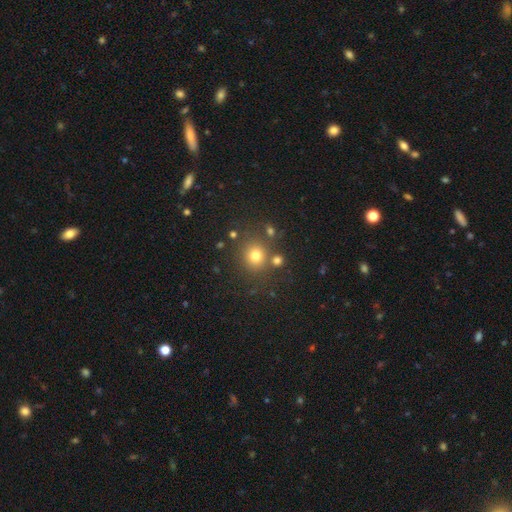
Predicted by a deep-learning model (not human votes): smooth 76%, star or artifact 16%, featured or disk 8%. Down the decision tree: how rounded — round (86%); merging — none (77%).